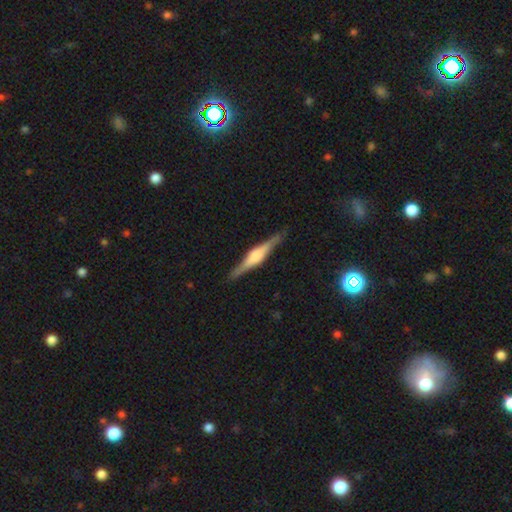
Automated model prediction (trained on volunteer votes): Q: Smooth or featured?
A: featured or disk (77%); runner-up: smooth (18%)
Q: Edge-on disk?
A: yes (98%); runner-up: no (2%)
Q: Edge-on bulge?
A: rounded (68%); runner-up: boxy (27%)
Q: Merging?
A: none (88%); runner-up: minor disturbance (9%)